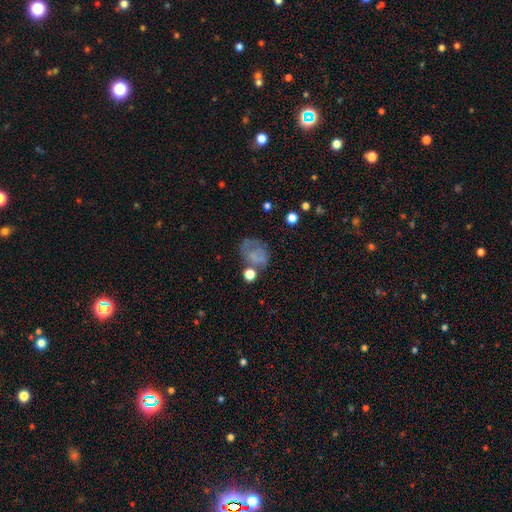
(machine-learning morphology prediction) The model was most divided on "how rounded": in between: 56%, round: 43%, cigar-shaped: 1%. Remaining: smooth or featured — smooth (55%); merging — none (46%).